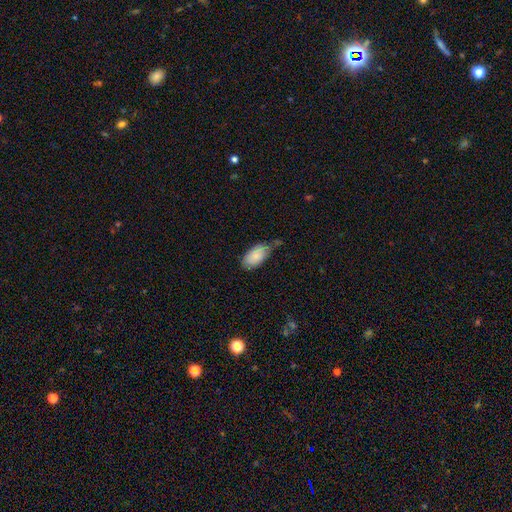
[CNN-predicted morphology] A smooth galaxy with no disk features (84%) that is in between round and cigar-shaped (95%).

Vote fractions:
- Smooth or featured? smooth: 84% / featured or disk: 10% / star or artifact: 7%
- How rounded? in between: 95% / round: 3% / cigar-shaped: 2%
- Merging? none: 55% / minor disturbance: 31% / major disturbance: 7% / merger: 7%